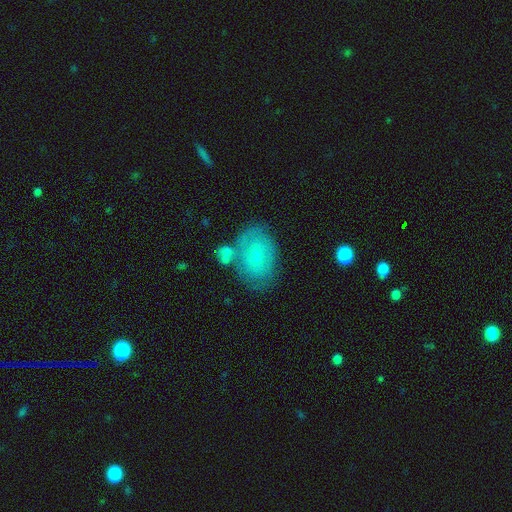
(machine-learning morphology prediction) A smooth galaxy with no disk features (50%) that is in between round and cigar-shaped (74%).

Vote fractions:
- Smooth or featured? smooth: 50% / featured or disk: 42% / star or artifact: 8%
- How rounded? in between: 74% / round: 25% / cigar-shaped: 1%
- Merging? none: 58% / minor disturbance: 21% / merger: 13% / major disturbance: 8%